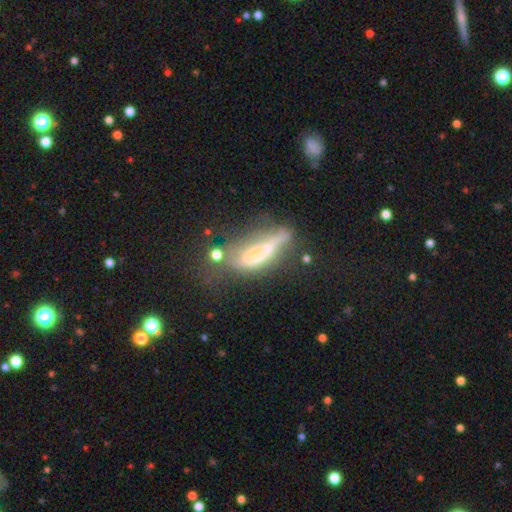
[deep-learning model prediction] Q: Smooth or featured?
A: featured or disk (59%); runner-up: smooth (30%)
Q: Edge-on disk?
A: yes (53%); runner-up: no (47%)
Q: Merging?
A: major disturbance (30%); tied with: none (30%)